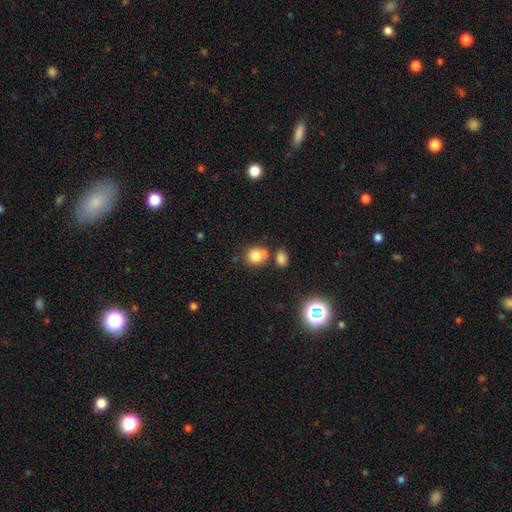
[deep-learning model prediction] Q: Smooth or featured?
A: smooth (79%); runner-up: star or artifact (12%)
Q: How rounded?
A: round (77%); runner-up: in between (21%)
Q: Merging?
A: none (51%); runner-up: merger (34%)